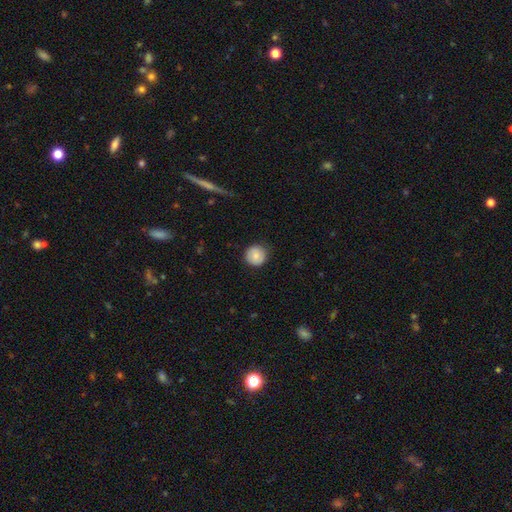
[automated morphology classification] Overall: smooth (80%). How rounded: round (94%). Merging: none (82%).